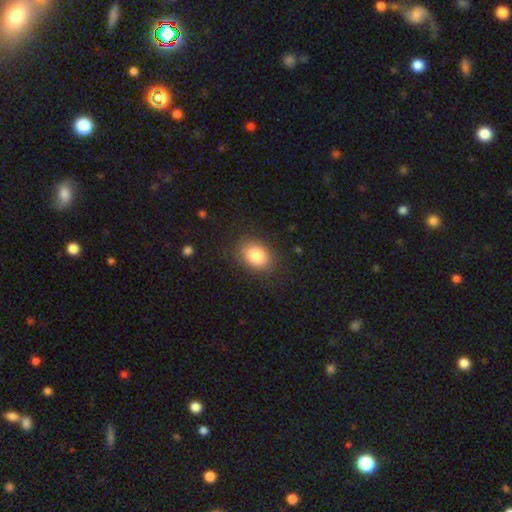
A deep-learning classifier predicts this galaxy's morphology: type=smooth (84%); roundness=in between (67%); merging=none (85%).